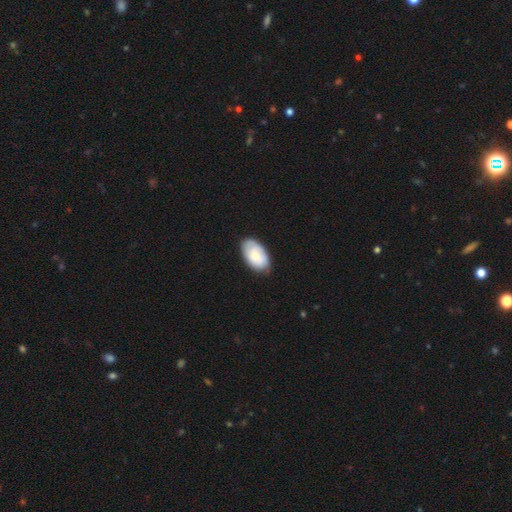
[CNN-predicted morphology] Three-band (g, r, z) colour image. It shows a smooth galaxy with no disk features (76%) that is in between round and cigar-shaped (95%). Merging: none (76%).